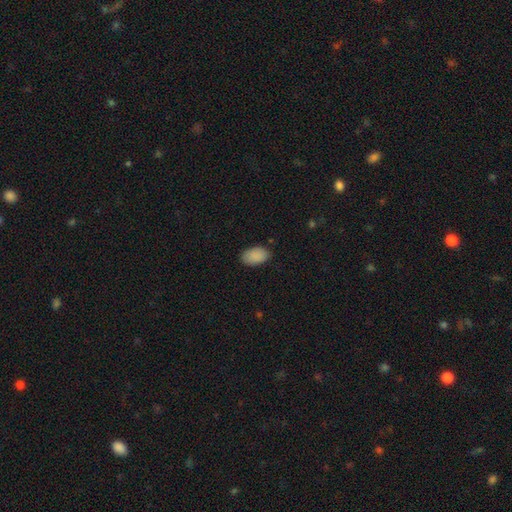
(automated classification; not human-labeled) smooth_or_featured: smooth (p=0.89) [alt: star or artifact p=0.07]
how_rounded: in between (p=0.93) [alt: round p=0.06]
merging: none (p=0.84) [alt: minor disturbance p=0.13]